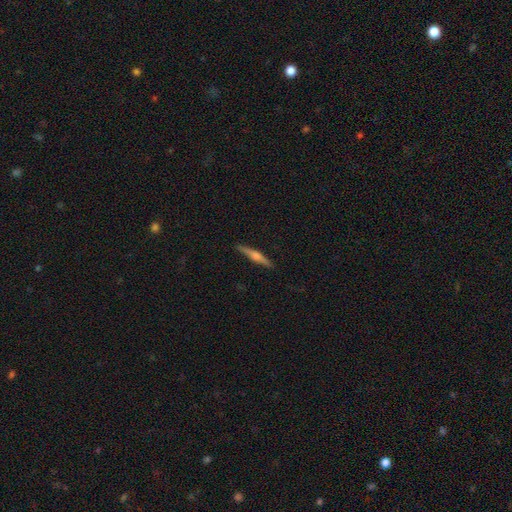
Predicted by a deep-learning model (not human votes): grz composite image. It shows a featured or disk galaxy (67%) viewed edge-on (98%) with a rounded central bulge (84%). Merging: none (91%).